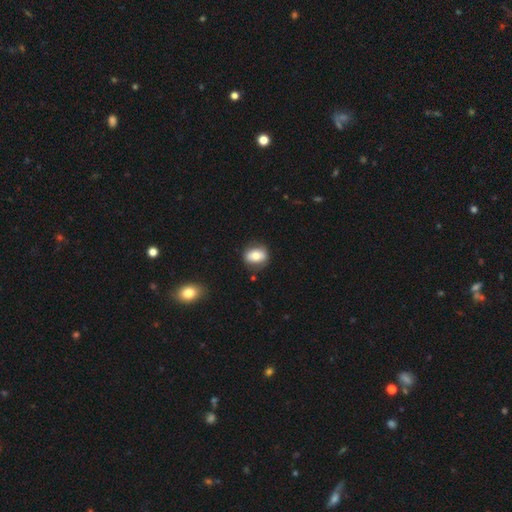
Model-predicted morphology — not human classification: This is likely a smooth galaxy (71%). How rounded: possibly in between (56%). Merging: clearly none (81%).